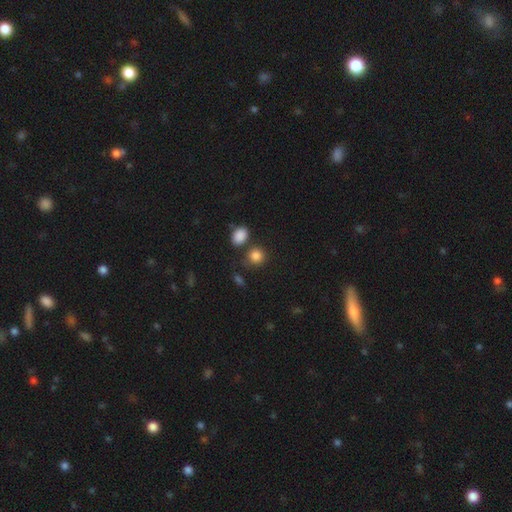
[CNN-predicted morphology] Smooth or featured: smooth — 85% (star or artifact — 10%)
How rounded: round — 78% (in between — 21%)
Merging: none — 69% (merger — 15%)